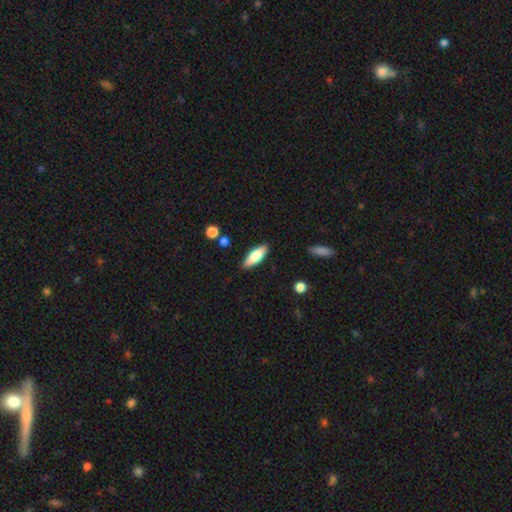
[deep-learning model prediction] Overall: smooth (73%). How rounded: in between (58%; cigar-shaped 40%). Merging: none (86%).